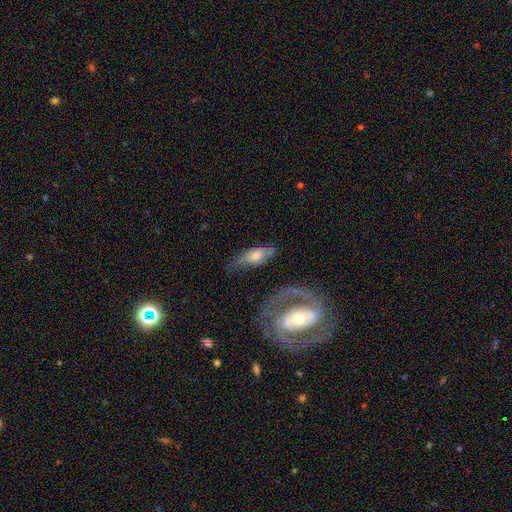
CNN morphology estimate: This appears to be a featured or disk galaxy (47%). Merging: none (52%).